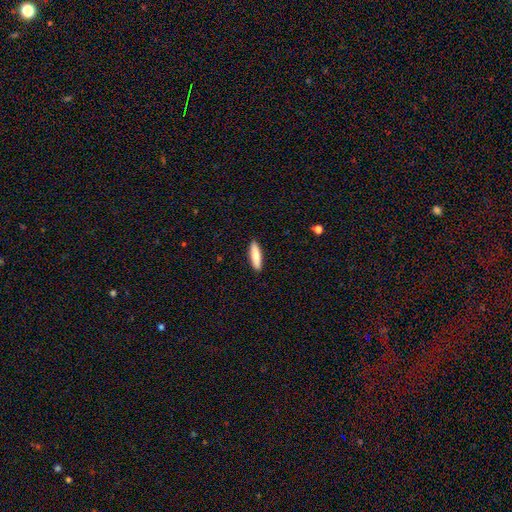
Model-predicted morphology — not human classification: smooth_or_featured: smooth (p=0.82) [alt: featured or disk p=0.12]
how_rounded: cigar-shaped (p=0.72) [alt: in between p=0.27]
merging: none (p=0.91) [alt: minor disturbance p=0.07]